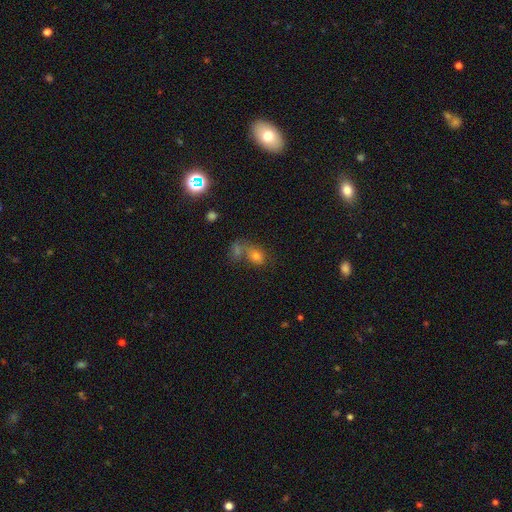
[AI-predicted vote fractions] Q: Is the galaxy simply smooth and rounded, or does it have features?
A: smooth — 67%.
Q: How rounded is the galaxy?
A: in between — 69%.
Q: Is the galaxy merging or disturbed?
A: merger — 44%.